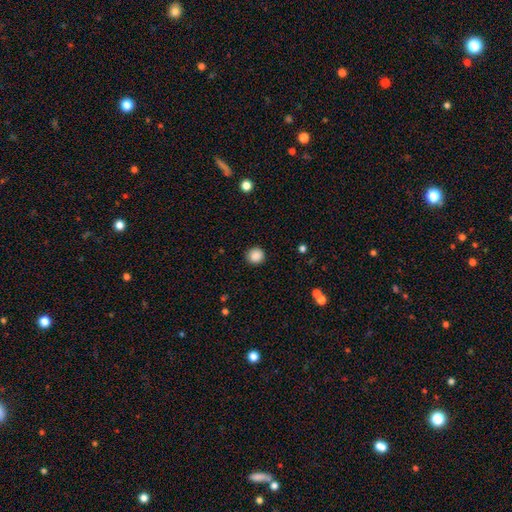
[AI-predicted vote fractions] A smooth galaxy with no disk features (88%) that is round (93%).

Vote fractions:
- Smooth or featured? smooth: 88% / star or artifact: 10% / featured or disk: 3%
- How rounded? round: 93% / in between: 6% / cigar-shaped: 1%
- Merging? none: 90% / minor disturbance: 6% / major disturbance: 2% / merger: 1%